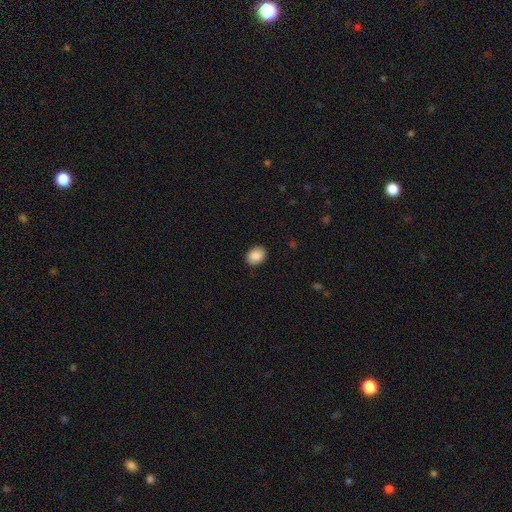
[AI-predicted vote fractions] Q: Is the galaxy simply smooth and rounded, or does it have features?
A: smooth — 88%.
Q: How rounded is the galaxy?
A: in between — 62%.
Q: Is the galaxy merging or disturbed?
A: none — 89%.